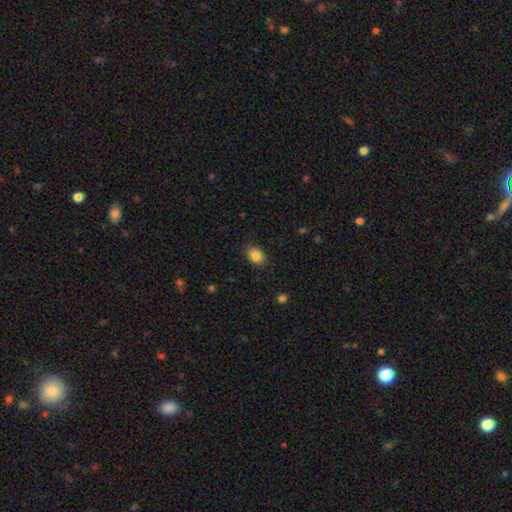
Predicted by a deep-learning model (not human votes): A smooth galaxy with no disk features (85%) that is in between round and cigar-shaped (76%).

Vote fractions:
- Smooth or featured? smooth: 85% / star or artifact: 9% / featured or disk: 6%
- How rounded? in between: 76% / round: 23% / cigar-shaped: 1%
- Merging? none: 86% / minor disturbance: 11% / major disturbance: 2% / merger: 1%